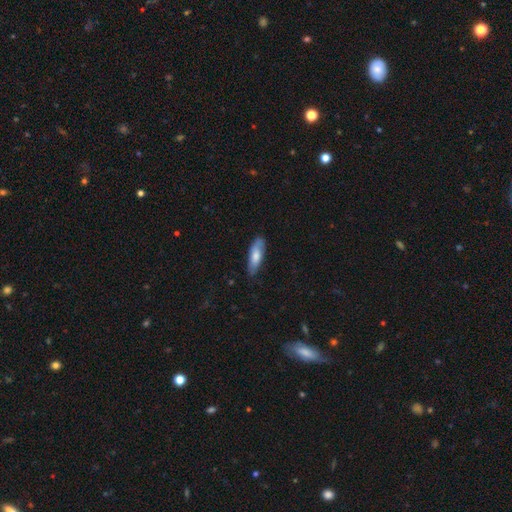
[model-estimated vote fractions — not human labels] Q: Smooth or featured?
A: smooth (69%); runner-up: featured or disk (26%)
Q: How rounded?
A: in between (56%); runner-up: cigar-shaped (42%)
Q: Merging?
A: none (76%); runner-up: minor disturbance (19%)